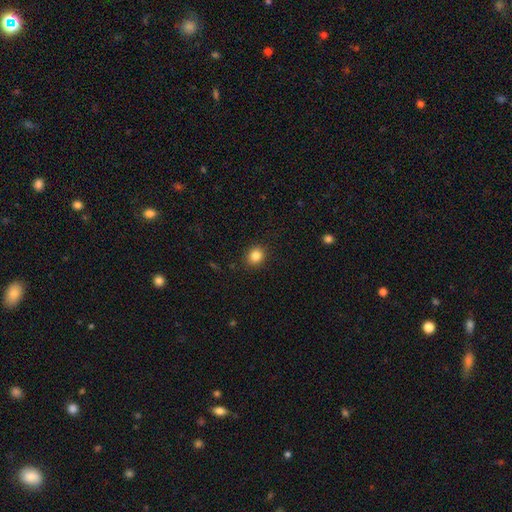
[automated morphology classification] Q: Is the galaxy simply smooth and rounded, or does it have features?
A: smooth — 85%.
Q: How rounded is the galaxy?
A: round — 76%.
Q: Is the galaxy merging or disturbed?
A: none — 90%.